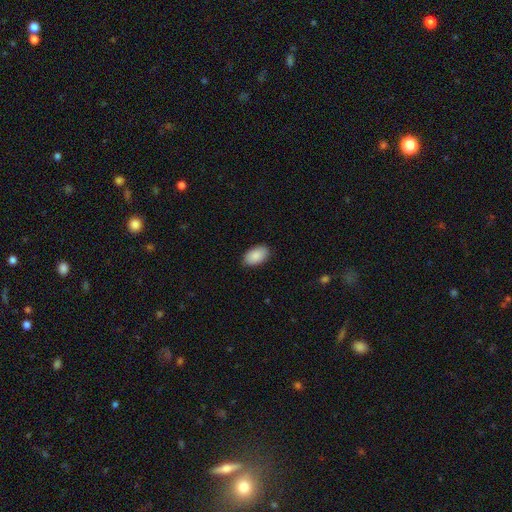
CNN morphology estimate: This appears to be a smooth galaxy with no disk features (90%) that is in between round and cigar-shaped (94%). Merging: none (88%).